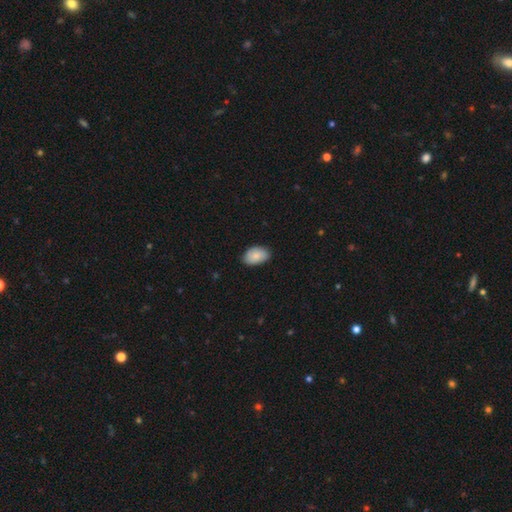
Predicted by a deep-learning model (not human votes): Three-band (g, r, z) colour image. It shows a smooth galaxy with no disk features (86%) that is in between round and cigar-shaped (91%). Merging: none (82%).